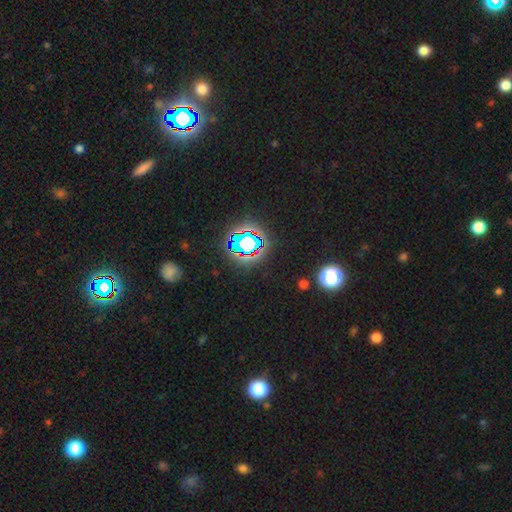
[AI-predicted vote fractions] star or artifact 77%, smooth 15%, featured or disk 8%.